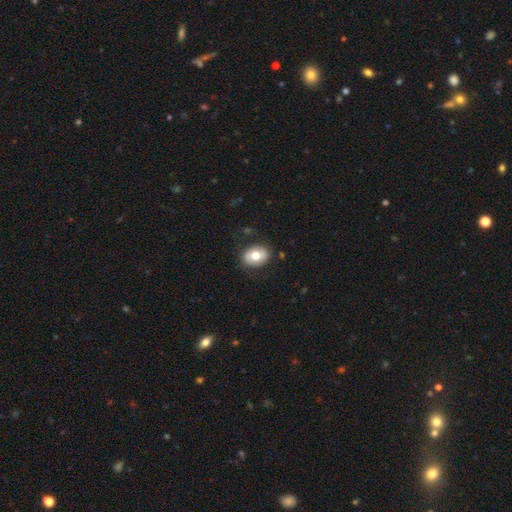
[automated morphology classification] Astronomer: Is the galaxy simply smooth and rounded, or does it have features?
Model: smooth — 70%.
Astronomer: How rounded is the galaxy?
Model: in between — 69%.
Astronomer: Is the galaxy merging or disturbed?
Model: none — 84%.